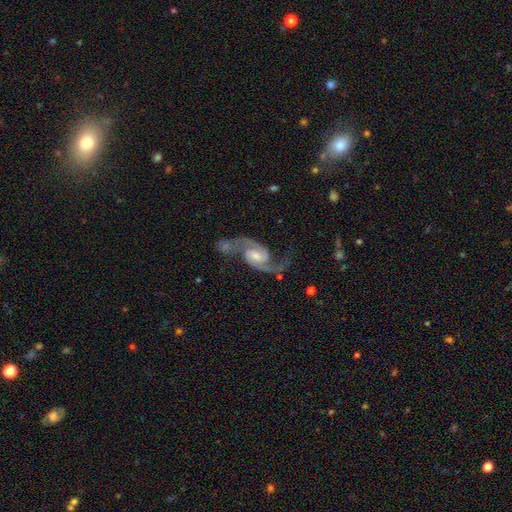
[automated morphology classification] Overall: featured or disk (92%). Edge-on disk: no (97%). Bar: no (46%; weak 42%). Spiral arms: yes (98%). Spiral arm count: 2 (94%). Spiral winding: medium (46%; loose 43%). Bulge size: moderate (51%; small 33%). Merging: none (63%).